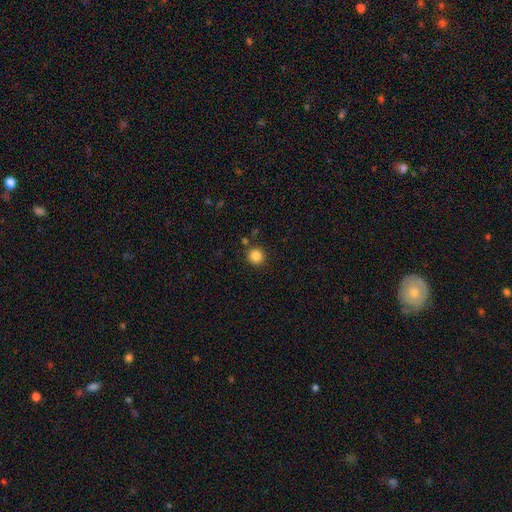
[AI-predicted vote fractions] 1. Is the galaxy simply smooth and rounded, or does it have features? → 85% smooth, 11% star or artifact, 4% featured or disk.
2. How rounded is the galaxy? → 95% round, 4% in between, 1% cigar-shaped.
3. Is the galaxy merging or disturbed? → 88% none, 6% minor disturbance, 4% merger, 2% major disturbance.